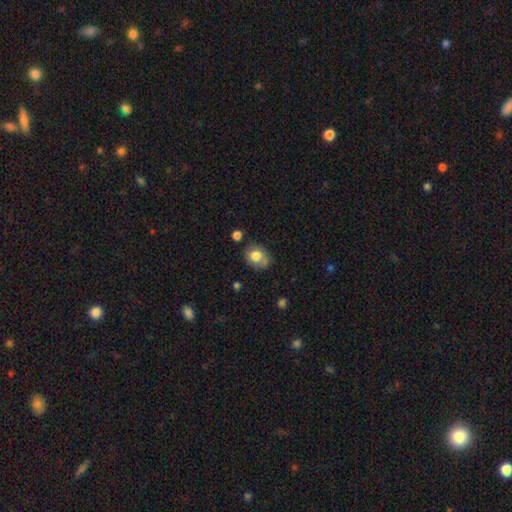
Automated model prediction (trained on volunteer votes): This appears to be a smooth galaxy with no disk features (77%) that is round (51%). Merging: none (65%).